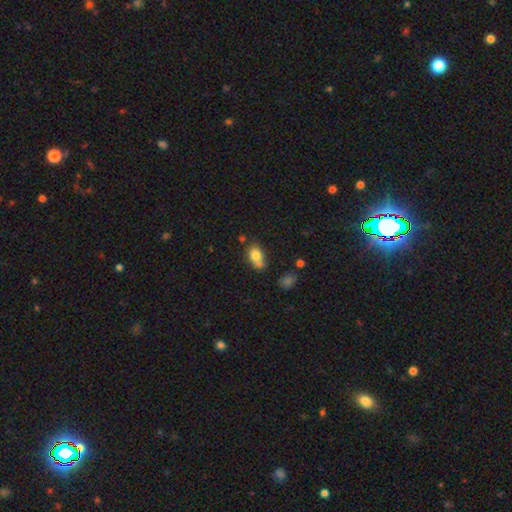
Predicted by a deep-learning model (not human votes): Morphology: type=smooth (78%); roundness=in between (76%); merging=none (44%).